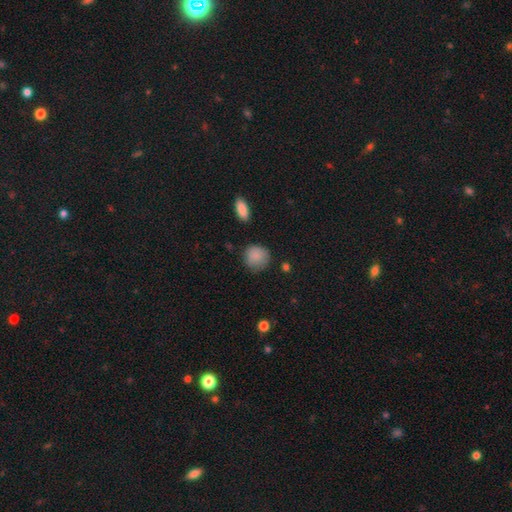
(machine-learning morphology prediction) Smooth or featured? Predicted: smooth (p=0.87). How rounded? Predicted: round (p=0.87). Merging? Predicted: none (p=0.74).